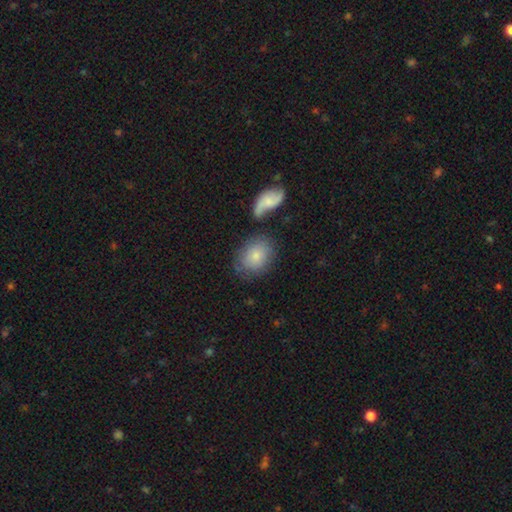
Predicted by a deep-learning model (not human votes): Smooth or featured? smooth (76%)
How rounded? in between (61%)
Merging? none (62%)